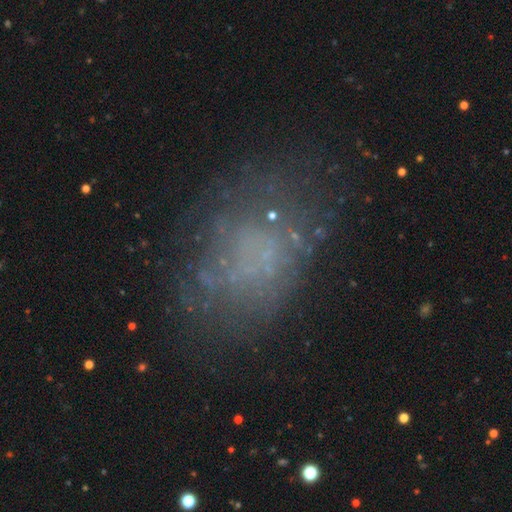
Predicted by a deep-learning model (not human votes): Overall: featured or disk (39%; smooth 38%). Merging: none (58%; major disturbance 20%).